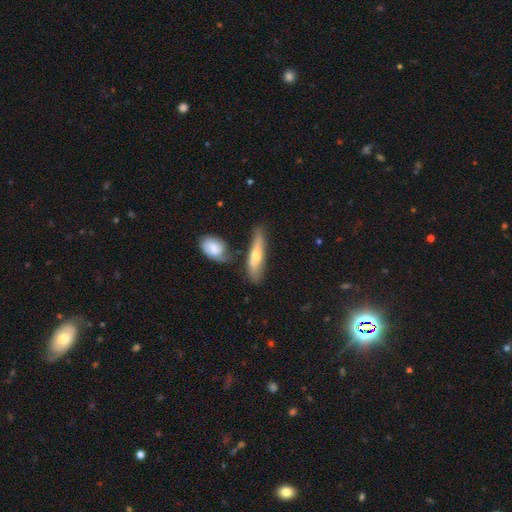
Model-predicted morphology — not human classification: Smooth or featured? Predicted: smooth (p=0.50). How rounded? Predicted: cigar-shaped (p=0.70). Merging? Predicted: none (p=0.64).